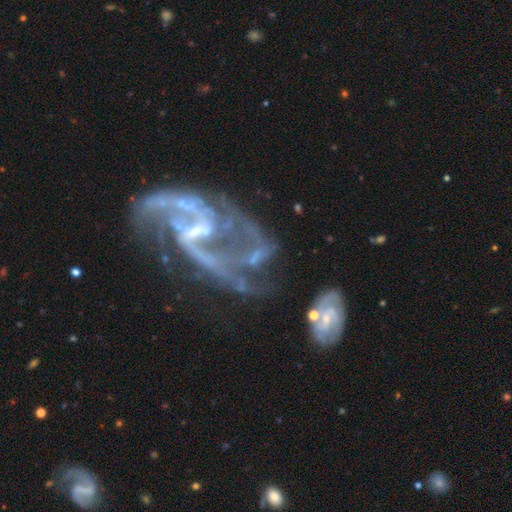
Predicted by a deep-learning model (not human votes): A featured or disk galaxy (84%) with a weak bar (38%), 2 (59%) loose (52%) spiral arms (85%) and a small central bulge (62%). Merging: major disturbance (35%).